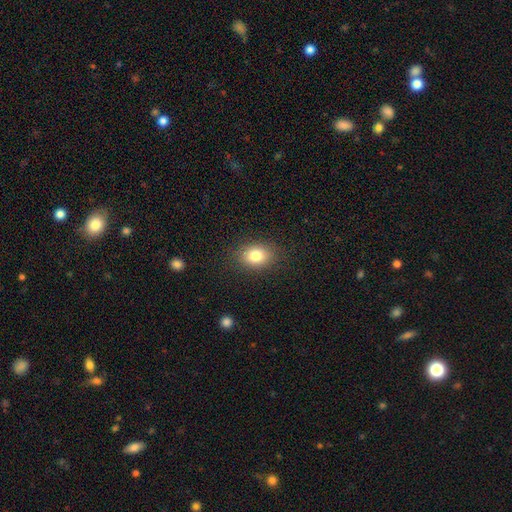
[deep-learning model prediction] smooth_or_featured: smooth (p=0.82) [alt: star or artifact p=0.10]
how_rounded: in between (p=0.66) [alt: round p=0.33]
merging: none (p=0.86) [alt: minor disturbance p=0.09]